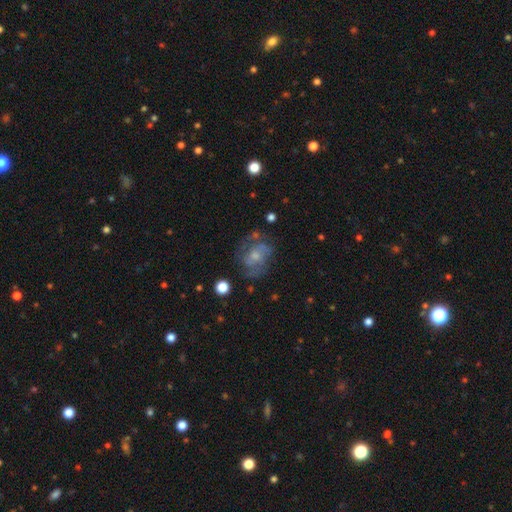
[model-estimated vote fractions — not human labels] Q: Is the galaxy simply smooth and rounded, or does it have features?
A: featured or disk — 66%.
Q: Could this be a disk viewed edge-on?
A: no — 97%.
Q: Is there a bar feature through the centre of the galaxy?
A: no — 70%.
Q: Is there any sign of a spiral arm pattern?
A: yes — 79%.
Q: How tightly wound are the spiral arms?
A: medium — 48%.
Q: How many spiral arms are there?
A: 2 — 49%.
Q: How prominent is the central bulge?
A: small — 50%.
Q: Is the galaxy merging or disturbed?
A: none — 56%.